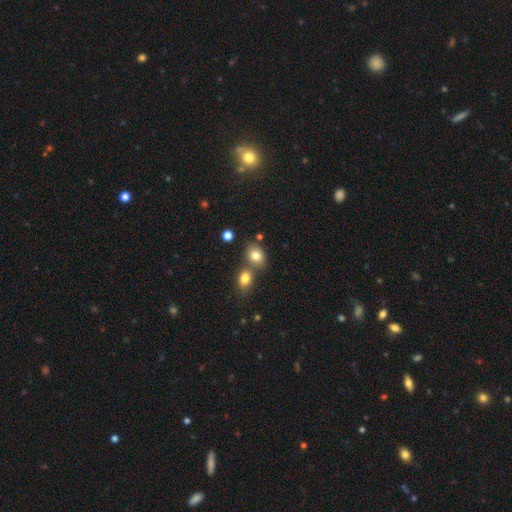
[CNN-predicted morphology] smooth-or-featured: smooth: 80% | star or artifact: 10% | featured or disk: 9%
  how-rounded: in between: 58% | round: 41% | cigar-shaped: 1%
  merging: none: 53% | merger: 33% | minor disturbance: 10% | major disturbance: 3%